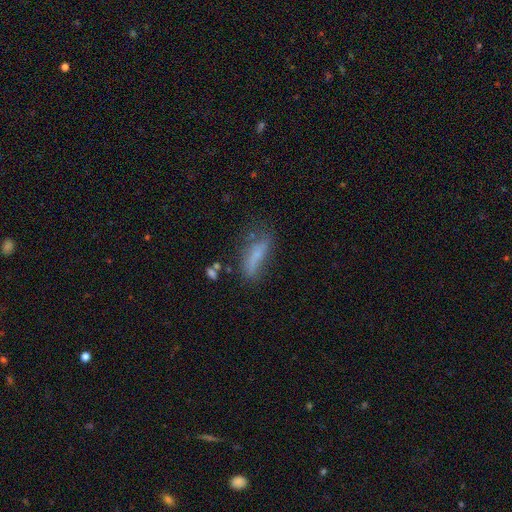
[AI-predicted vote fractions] Smooth or featured? smooth (60%)
How rounded? cigar-shaped (52%)
Merging? none (48%)